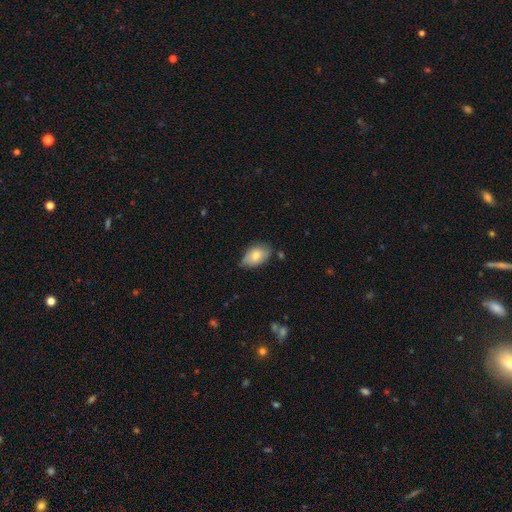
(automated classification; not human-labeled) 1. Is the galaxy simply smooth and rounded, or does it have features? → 76% smooth, 18% featured or disk, 7% star or artifact.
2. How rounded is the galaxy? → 91% in between, 8% round, 2% cigar-shaped.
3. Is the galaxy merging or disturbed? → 67% none, 27% minor disturbance, 4% major disturbance, 2% merger.